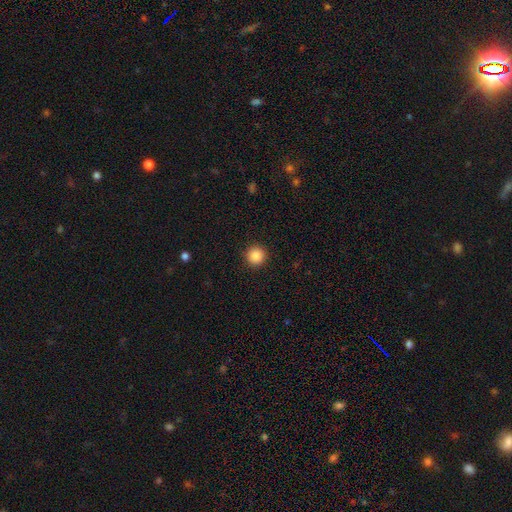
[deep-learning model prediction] smooth 86%, star or artifact 10%, featured or disk 4%. Down the decision tree: how rounded — round (95%); merging — none (93%).